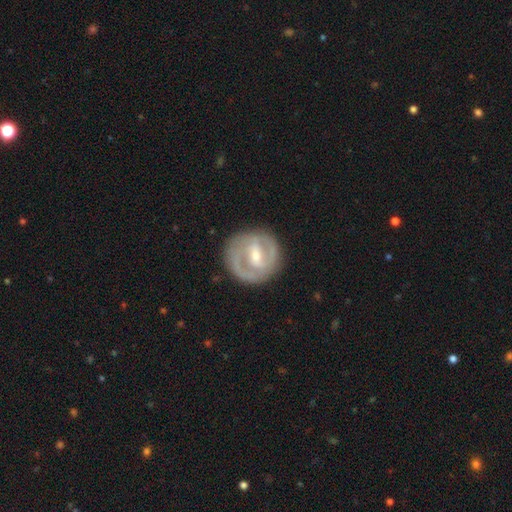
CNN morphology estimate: Smooth or featured? featured or disk (77%)
Edge-on disk? no (96%)
Bar? strong (43%, tied with weak)
Spiral arms? yes (73%)
Spiral winding? tight (53%)
Spiral arm count? 2 (72%)
Bulge size? moderate (53%)
Merging? none (82%)